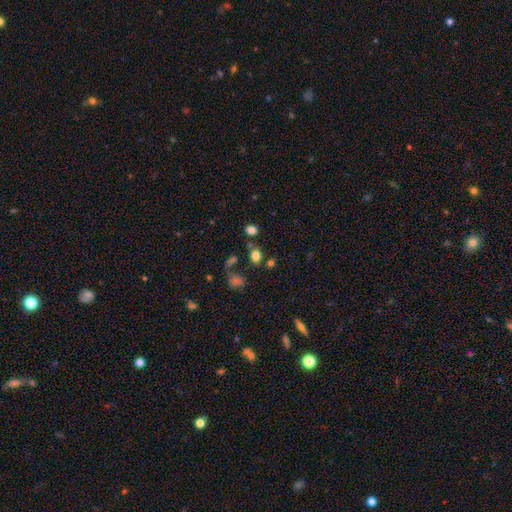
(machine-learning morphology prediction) smooth 79%, star or artifact 13%, featured or disk 8%. Down the decision tree: how rounded — in between (68%); merging — none (70%).